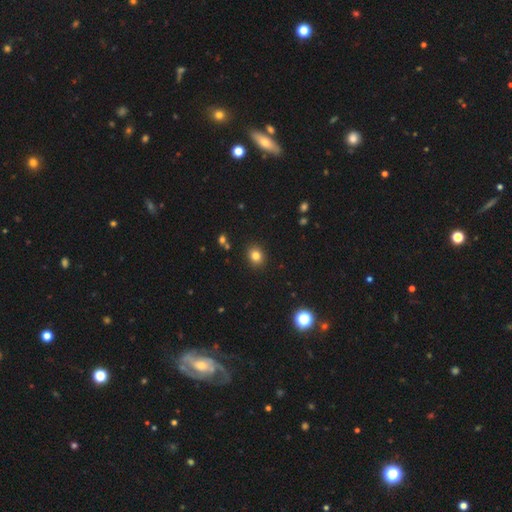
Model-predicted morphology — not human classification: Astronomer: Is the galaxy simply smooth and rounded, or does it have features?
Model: smooth — 81%.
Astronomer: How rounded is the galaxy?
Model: round — 69%.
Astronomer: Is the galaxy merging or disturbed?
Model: none — 90%.